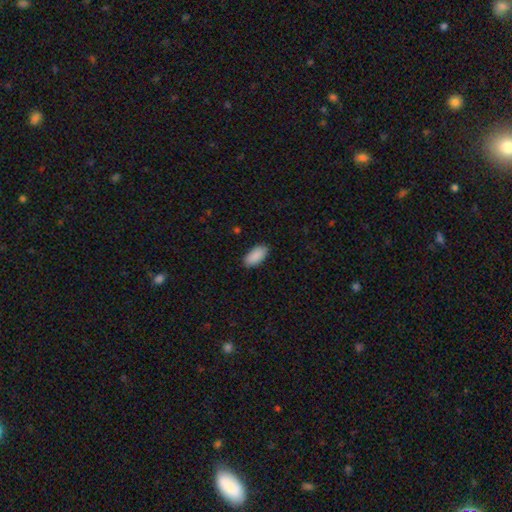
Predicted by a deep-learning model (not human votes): This appears to be a smooth galaxy with no disk features (91%) that is in between round and cigar-shaped (94%). Merging: none (88%).